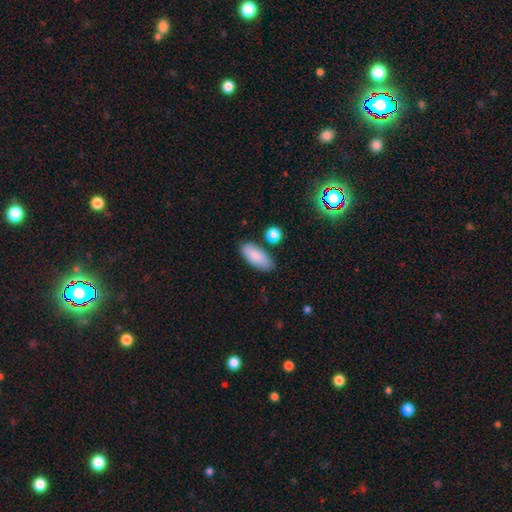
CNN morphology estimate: Q: Smooth or featured?
A: smooth (86%); runner-up: featured or disk (8%)
Q: How rounded?
A: in between (85%); runner-up: cigar-shaped (12%)
Q: Merging?
A: none (80%); runner-up: minor disturbance (12%)